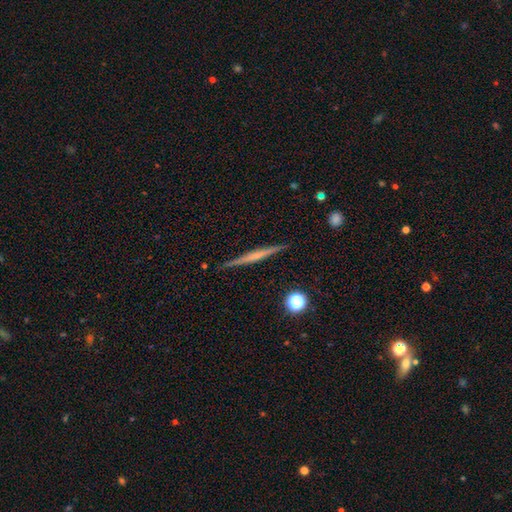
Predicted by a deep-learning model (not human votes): Smooth or featured?
  - featured or disk: 63% *
  - smooth: 30%
  - star or artifact: 7%
Edge-on disk?
  - yes: 98% *
  - no: 2%
Edge-on bulge?
  - none: 60% *
  - rounded: 25%
  - boxy: 15%
Merging?
  - none: 90% *
  - minor disturbance: 7%
  - major disturbance: 2%
  - merger: 1%